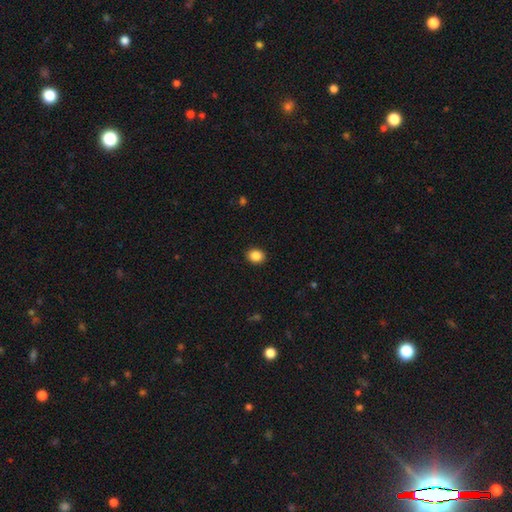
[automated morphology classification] type=smooth (87%); roundness=round (62%); merging=none (91%).